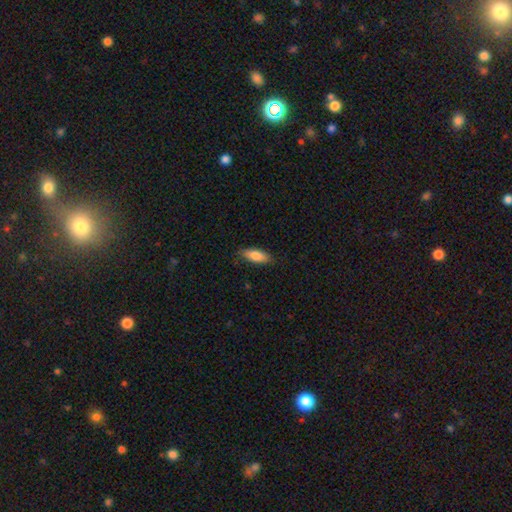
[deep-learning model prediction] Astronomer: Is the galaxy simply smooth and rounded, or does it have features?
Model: smooth — 83%.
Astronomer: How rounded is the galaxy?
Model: in between — 70%.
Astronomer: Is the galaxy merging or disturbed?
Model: none — 84%.